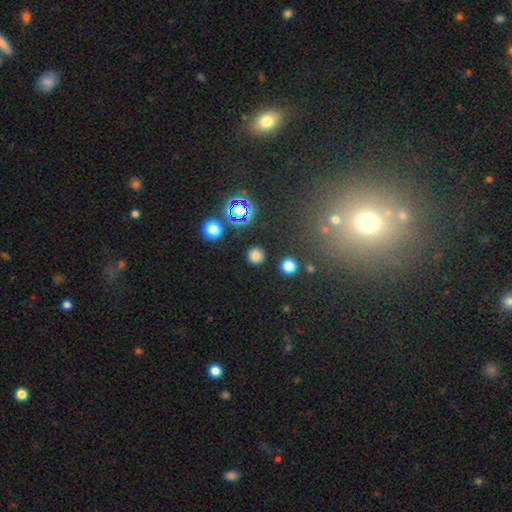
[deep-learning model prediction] Q: Smooth or featured?
A: smooth (76%); runner-up: star or artifact (19%)
Q: How rounded?
A: round (94%); runner-up: in between (5%)
Q: Merging?
A: none (89%); runner-up: minor disturbance (6%)